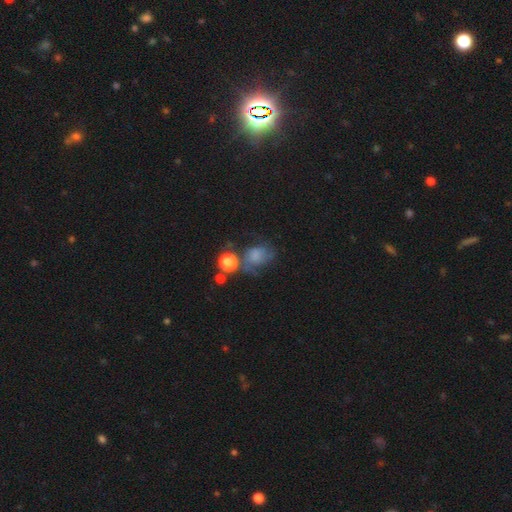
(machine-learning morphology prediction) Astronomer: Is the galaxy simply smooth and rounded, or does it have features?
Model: smooth — 52% (runner-up: featured or disk, 34%).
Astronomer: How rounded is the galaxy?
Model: in between — 52% (runner-up: round, 47%).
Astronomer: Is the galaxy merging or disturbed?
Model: none — 35% (runner-up: major disturbance, 29%).